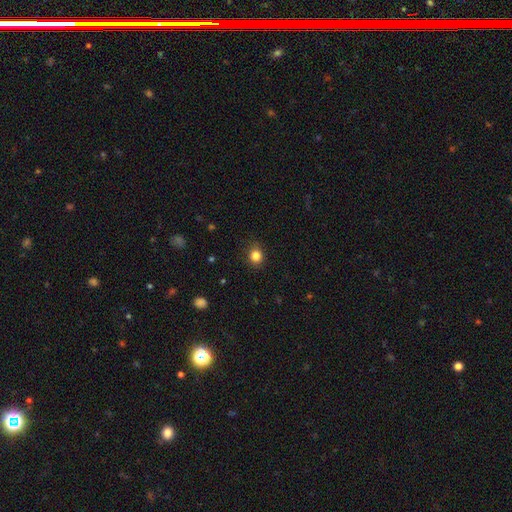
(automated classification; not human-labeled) A smooth galaxy with no disk features (84%) that is round (76%).

Vote fractions:
- Smooth or featured? smooth: 84% / star or artifact: 11% / featured or disk: 5%
- How rounded? round: 76% / in between: 23% / cigar-shaped: 1%
- Merging? none: 86% / minor disturbance: 11% / major disturbance: 3% / merger: 1%